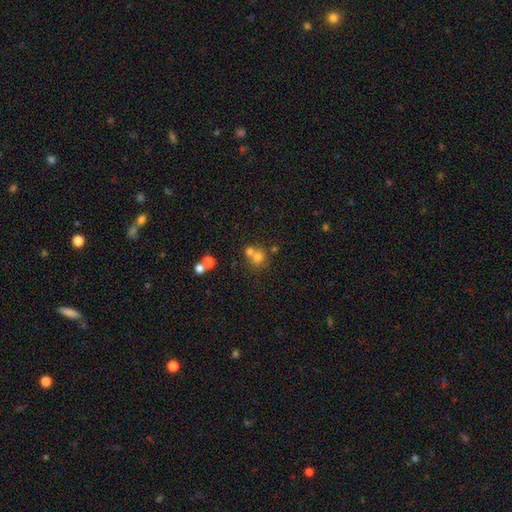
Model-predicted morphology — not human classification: A smooth galaxy with no disk features (69%) that is round (83%). Merging: merger (48%).